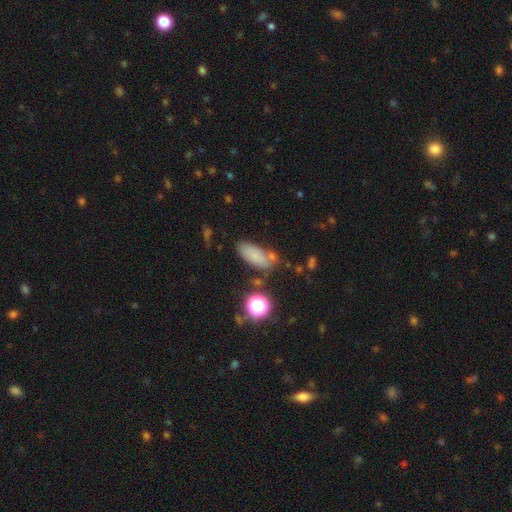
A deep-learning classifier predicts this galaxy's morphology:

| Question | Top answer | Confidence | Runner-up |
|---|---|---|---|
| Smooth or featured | smooth | 74% | star or artifact (15%) |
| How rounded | in between | 77% | cigar-shaped (17%) |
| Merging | none | 64% | minor disturbance (18%) |